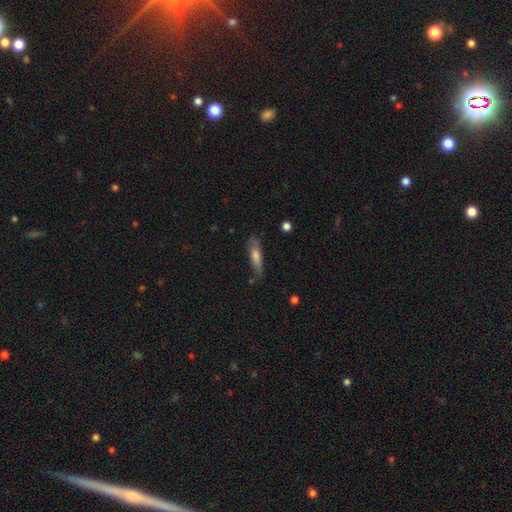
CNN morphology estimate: type=smooth (65%); roundness=cigar-shaped (73%); merging=none (70%).